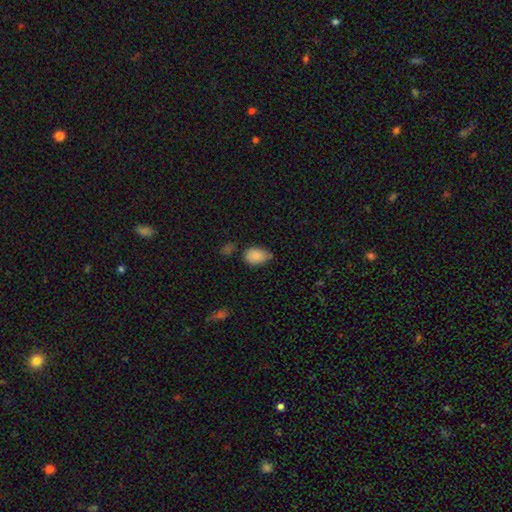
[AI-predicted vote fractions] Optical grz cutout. It shows a smooth galaxy with no disk features (86%) that is in between round and cigar-shaped (83%). Merging: none (53%).